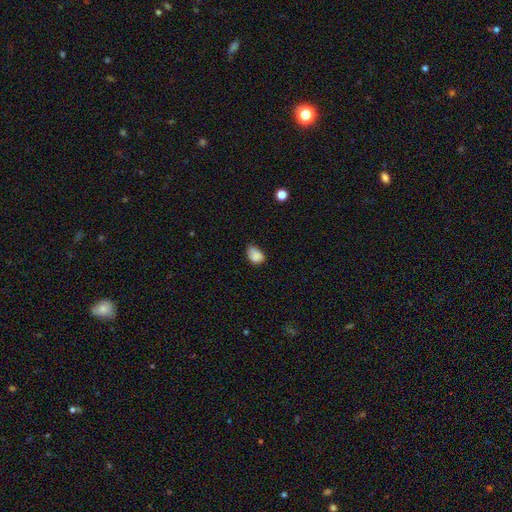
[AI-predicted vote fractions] smooth_or_featured: smooth (p=0.83) [alt: star or artifact p=0.10]
how_rounded: in between (p=0.71) [alt: round p=0.28]
merging: none (p=0.44) [alt: minor disturbance p=0.42]